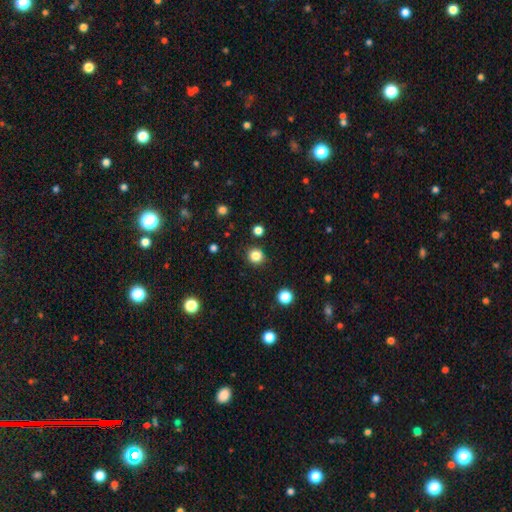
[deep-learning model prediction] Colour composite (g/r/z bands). It shows a smooth galaxy with no disk features (83%) that is round (90%). Merging: none (90%).